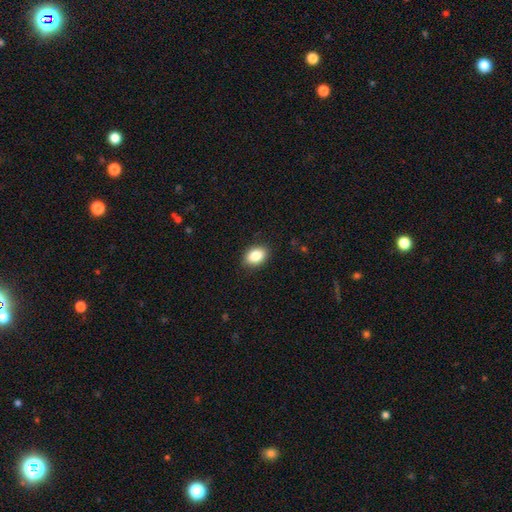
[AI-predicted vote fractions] A smooth galaxy with no disk features (86%) that is in between round and cigar-shaped (82%). Merging: none (88%).